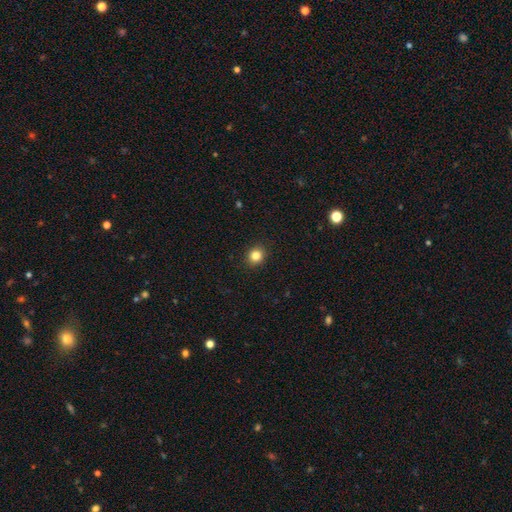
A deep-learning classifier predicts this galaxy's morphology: smooth_or_featured: smooth (p=0.83) [alt: star or artifact p=0.12]
how_rounded: round (p=0.83) [alt: in between p=0.17]
merging: none (p=0.91) [alt: minor disturbance p=0.06]